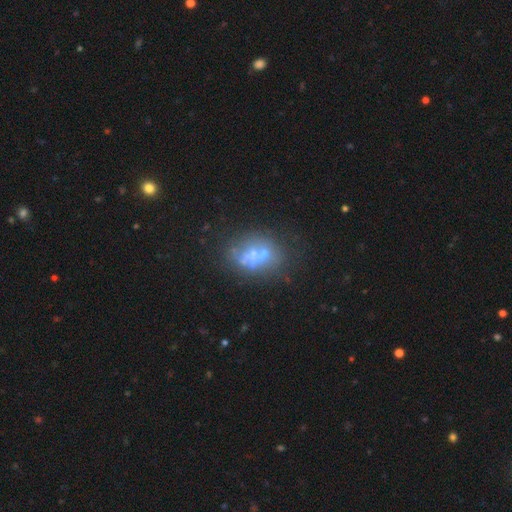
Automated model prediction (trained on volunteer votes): Smooth or featured? featured or disk (51%)
Edge-on disk? no (96%)
Merging? none (43%)